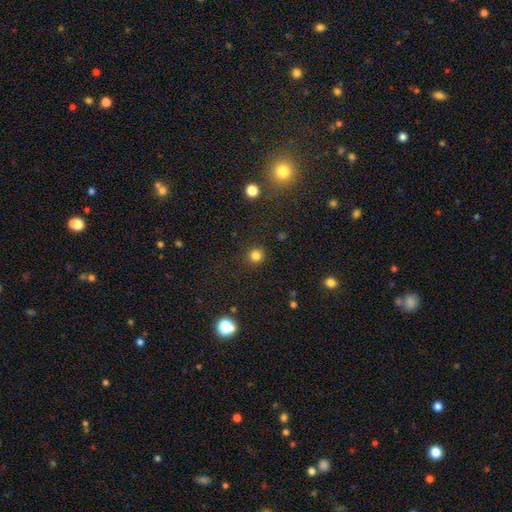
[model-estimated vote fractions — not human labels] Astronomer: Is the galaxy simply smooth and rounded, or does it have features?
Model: smooth — 81%.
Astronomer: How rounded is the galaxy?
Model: round — 93%.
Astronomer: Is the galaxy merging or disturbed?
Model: none — 90%.